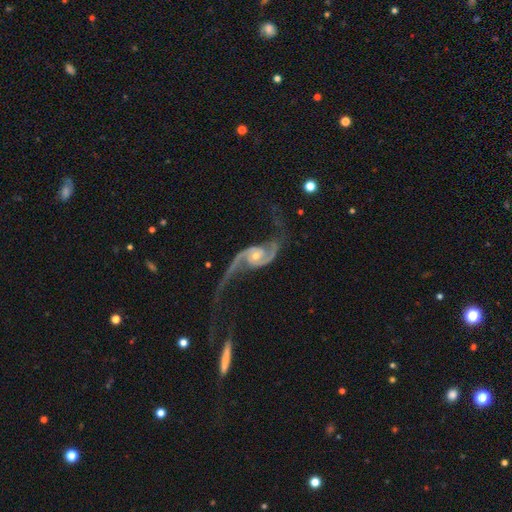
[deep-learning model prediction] Smooth or featured? featured or disk (93%)
Edge-on disk? no (97%)
Bar? no (62%)
Spiral arms? yes (98%)
Spiral winding? loose (65%)
Spiral arm count? 2 (93%)
Bulge size? small (49%)
Merging? none (50%)